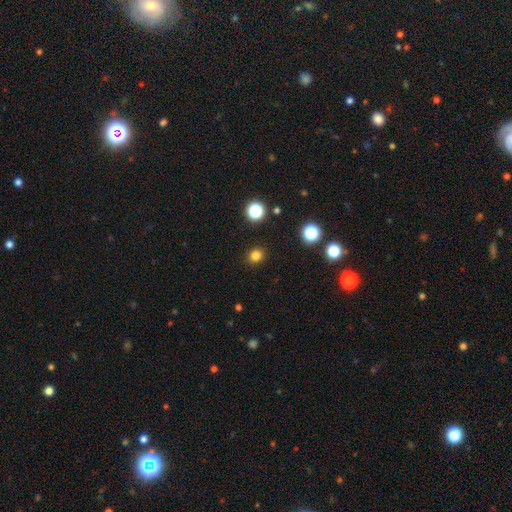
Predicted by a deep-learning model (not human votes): Q: Smooth or featured?
A: smooth (80%); runner-up: star or artifact (15%)
Q: How rounded?
A: round (79%); runner-up: in between (20%)
Q: Merging?
A: none (90%); runner-up: minor disturbance (6%)